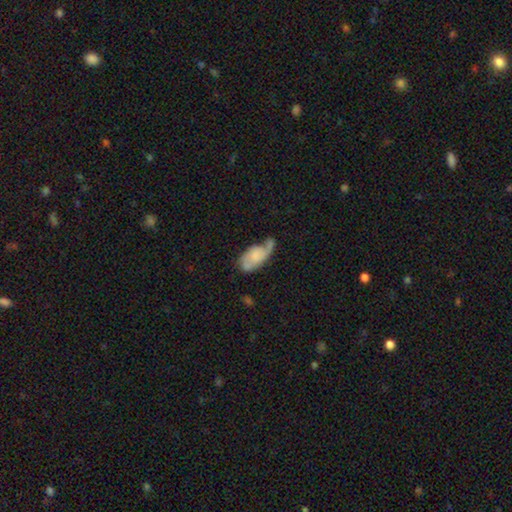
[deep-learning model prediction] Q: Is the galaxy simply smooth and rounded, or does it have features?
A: smooth — 48%.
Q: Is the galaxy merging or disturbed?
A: minor disturbance — 32%.